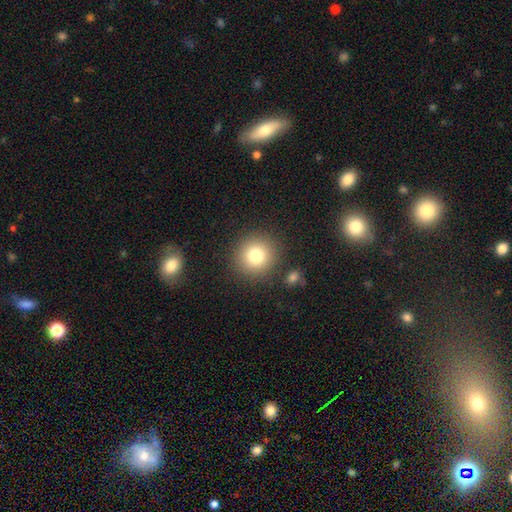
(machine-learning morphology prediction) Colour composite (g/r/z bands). It shows a smooth galaxy with no disk features (79%) that is round (92%). Merging: none (87%).